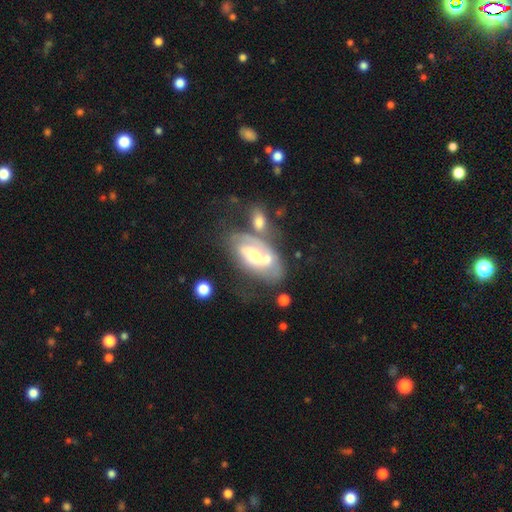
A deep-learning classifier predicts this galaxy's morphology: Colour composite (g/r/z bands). It shows a featured or disk galaxy (73%) with no bar (46%), 2 (50%) tight (42%) spiral arms (82%) and a moderate central bulge (53%). Merging: none (34%).